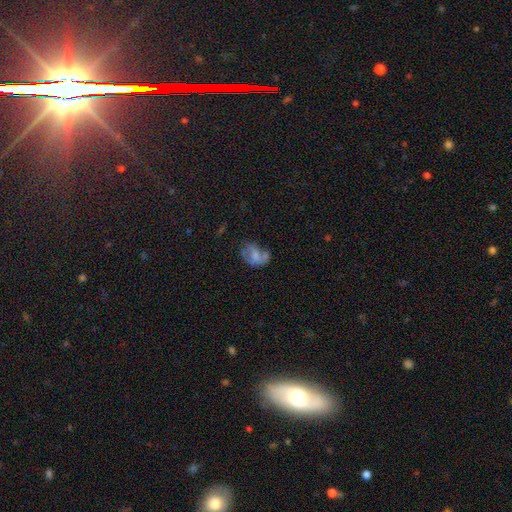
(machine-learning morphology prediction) Smooth or featured? featured or disk (48%)
Merging? none (38%)